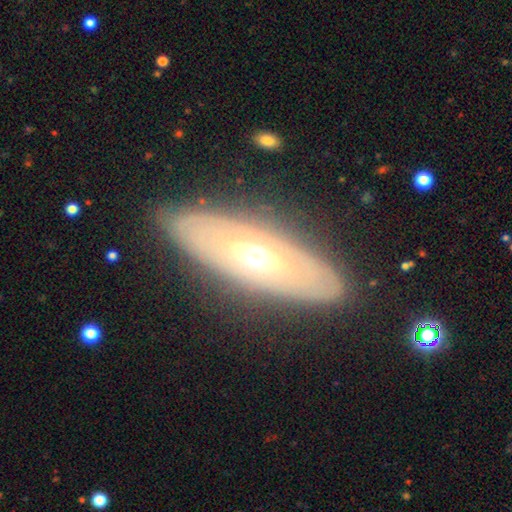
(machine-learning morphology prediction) Smooth or featured? Predicted: featured or disk (p=0.72). Edge-on disk? Predicted: no (p=0.72). Bar? Predicted: no (p=0.56). Spiral arms? Predicted: no (p=0.50, tied with yes). Bulge size? Predicted: moderate (p=0.71). Merging? Predicted: none (p=0.84).